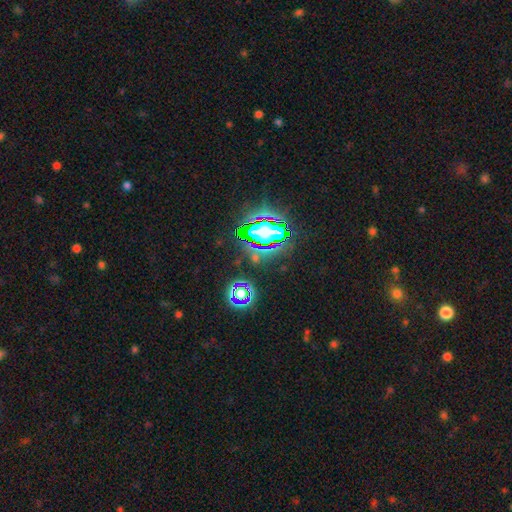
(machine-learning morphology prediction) smooth_or_featured: star or artifact (p=0.75) [alt: smooth p=0.14]